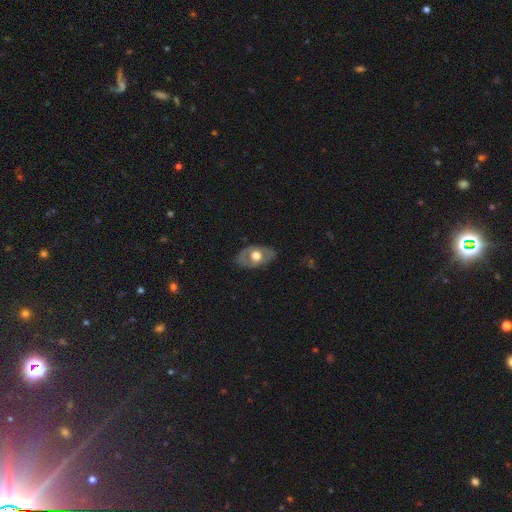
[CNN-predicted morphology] Q: Smooth or featured?
A: featured or disk (54%); runner-up: smooth (40%)
Q: Edge-on disk?
A: no (86%); runner-up: yes (14%)
Q: Merging?
A: none (77%); runner-up: minor disturbance (17%)